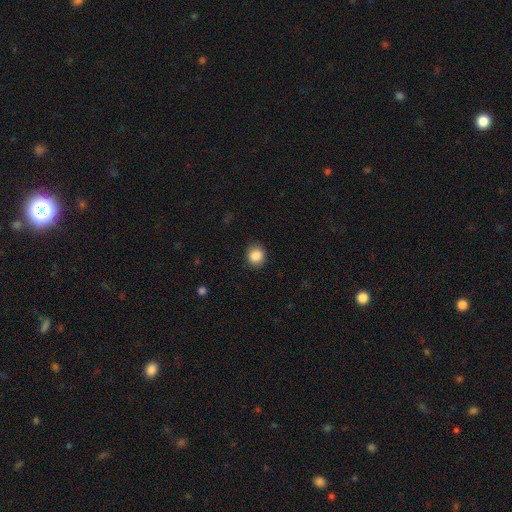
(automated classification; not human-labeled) Q: Smooth or featured?
A: smooth (87%); runner-up: star or artifact (9%)
Q: How rounded?
A: round (83%); runner-up: in between (16%)
Q: Merging?
A: none (89%); runner-up: minor disturbance (8%)